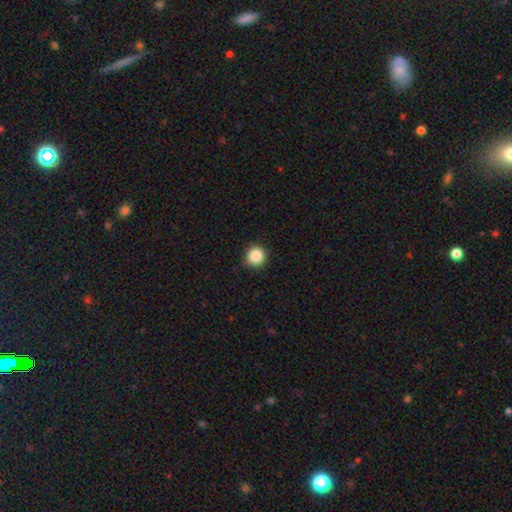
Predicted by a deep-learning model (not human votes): Overall: smooth (87%). How rounded: round (94%). Merging: none (84%).